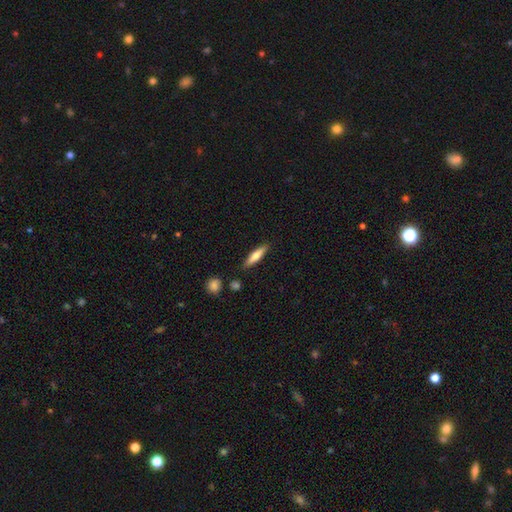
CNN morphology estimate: This is likely a smooth galaxy (63%). How rounded: likely cigar-shaped (78%). Merging: clearly none (86%).